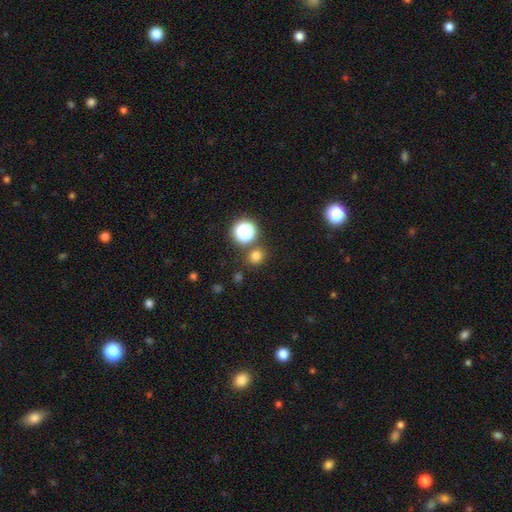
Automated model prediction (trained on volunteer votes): Smooth or featured?
  - smooth: 73% *
  - star or artifact: 22%
  - featured or disk: 5%
How rounded?
  - round: 87% *
  - in between: 12%
  - cigar-shaped: 1%
Merging?
  - none: 80% *
  - merger: 9%
  - minor disturbance: 7%
  - major disturbance: 3%